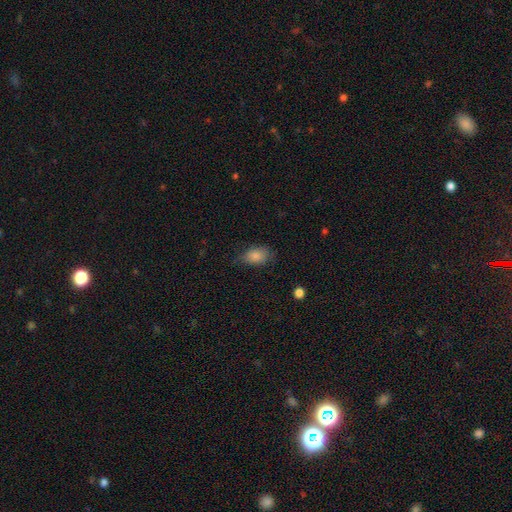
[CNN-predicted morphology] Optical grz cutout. It shows a smooth galaxy with no disk features (84%) that is in between round and cigar-shaped (83%). Merging: none (62%).